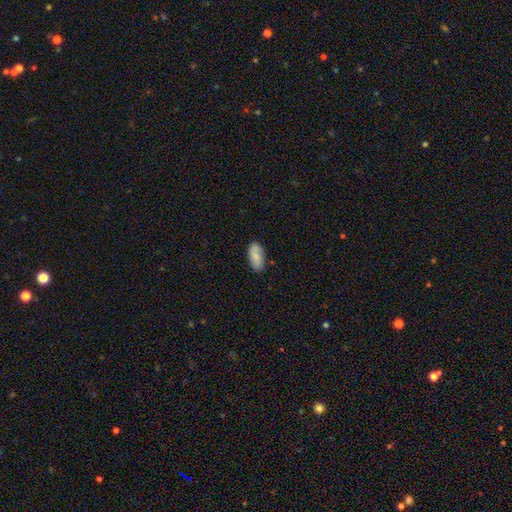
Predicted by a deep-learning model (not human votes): This appears to be a smooth galaxy with no disk features (81%) that is in between round and cigar-shaped (91%). Merging: none (81%).